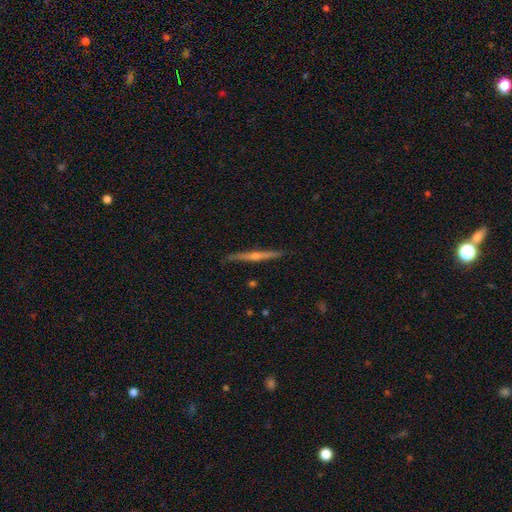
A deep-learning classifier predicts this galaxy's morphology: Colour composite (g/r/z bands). It shows a featured or disk galaxy (73%) viewed edge-on (97%) with a rounded central bulge (77%). Merging: none (90%).